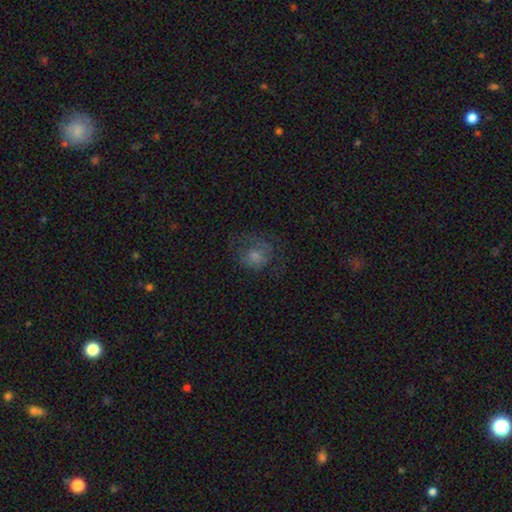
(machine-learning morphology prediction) Smooth or featured? Predicted: smooth (p=0.60). How rounded? Predicted: round (p=0.63). Merging? Predicted: none (p=0.48).